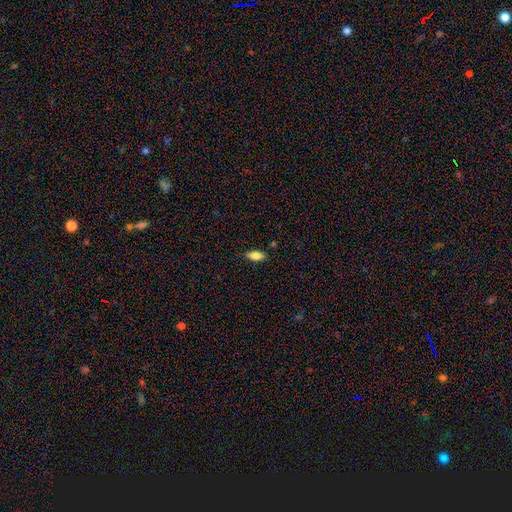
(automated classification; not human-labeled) Q: Smooth or featured?
A: smooth (81%); runner-up: featured or disk (12%)
Q: How rounded?
A: in between (83%); runner-up: cigar-shaped (14%)
Q: Merging?
A: none (85%); runner-up: minor disturbance (12%)